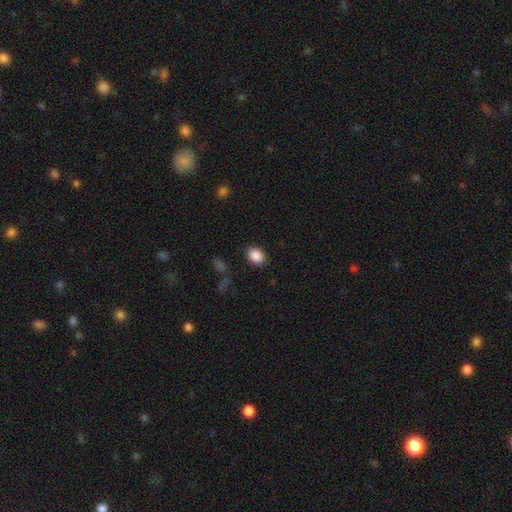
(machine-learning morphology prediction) A smooth galaxy with no disk features (88%) that is in between round and cigar-shaped (65%). Merging: none (87%).